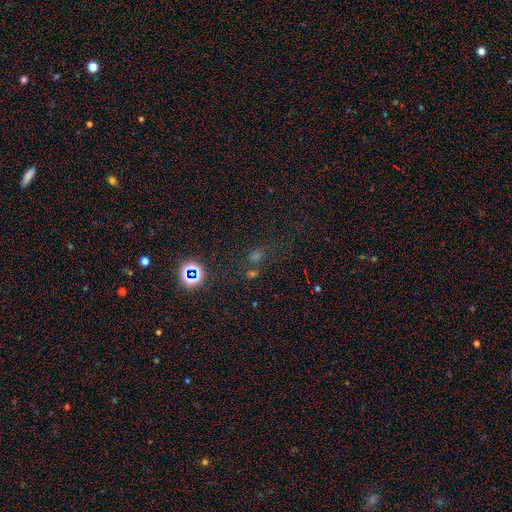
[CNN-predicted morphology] Overall: star or artifact (51%; smooth 38%).